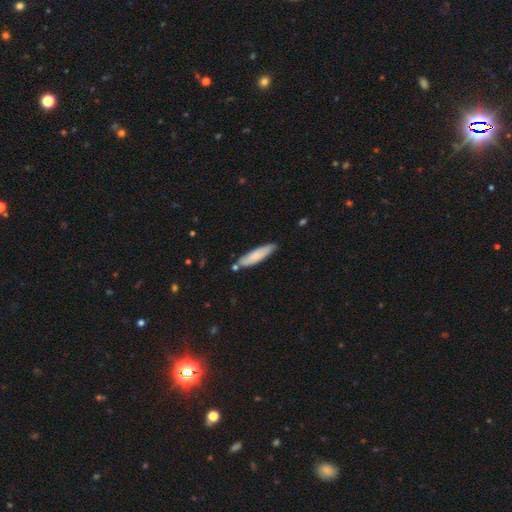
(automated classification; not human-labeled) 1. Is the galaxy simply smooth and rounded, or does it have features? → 76% smooth, 18% featured or disk, 5% star or artifact.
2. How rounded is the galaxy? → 77% cigar-shaped, 22% in between, 1% round.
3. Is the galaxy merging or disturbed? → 77% none, 15% minor disturbance, 6% merger, 2% major disturbance.